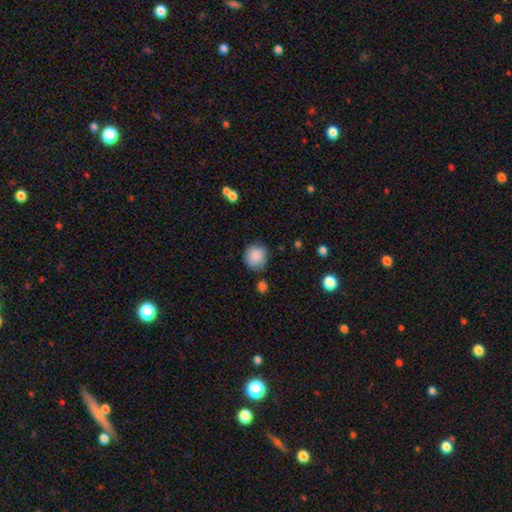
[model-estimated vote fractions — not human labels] smooth-or-featured: smooth: 86% | star or artifact: 7% | featured or disk: 6%
  how-rounded: round: 87% | in between: 12% | cigar-shaped: 1%
  merging: none: 76% | minor disturbance: 17% | merger: 4% | major disturbance: 4%